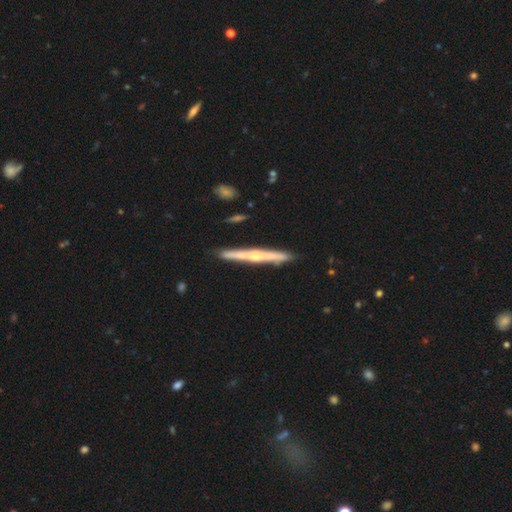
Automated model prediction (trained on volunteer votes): Q: Smooth or featured?
A: featured or disk (71%); runner-up: smooth (24%)
Q: Edge-on disk?
A: yes (97%); runner-up: no (3%)
Q: Edge-on bulge?
A: rounded (71%); runner-up: none (24%)
Q: Merging?
A: none (89%); runner-up: minor disturbance (8%)